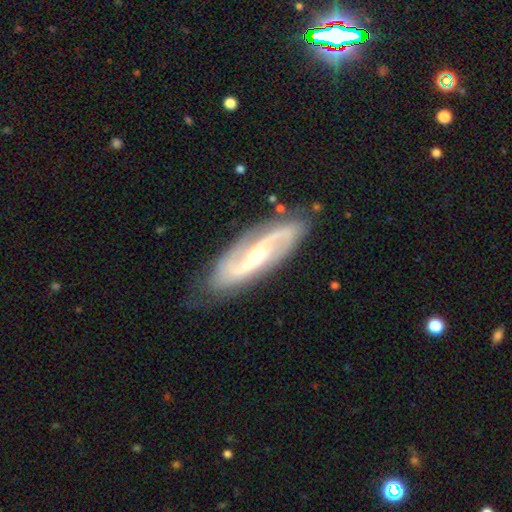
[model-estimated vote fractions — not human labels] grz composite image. It shows a featured or disk galaxy (88%) with a weak bar (40%), 2 (91%) medium (43%) spiral arms (97%) and a small central bulge (54%). Merging: none (80%).